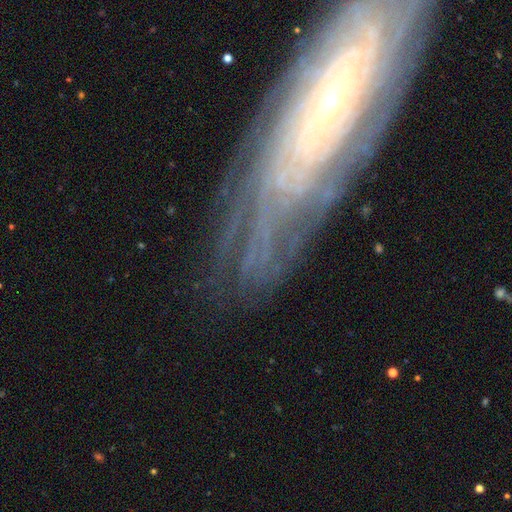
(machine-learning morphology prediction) A featured or disk galaxy (74%) with no bar (58%), tight (80%) spiral arms (89%) and a small central bulge (69%).

Vote fractions:
- Smooth or featured? featured or disk: 74% / star or artifact: 14% / smooth: 12%
- Edge-on disk? no: 85% / yes: 15%
- Bar? no: 58% / weak: 26% / strong: 17%
- Spiral arms? yes: 89% / no: 11%
- Spiral winding? tight: 80% / medium: 15% / loose: 5%
- Spiral arm count? can't tell: 48% / more than 4: 12% / 2: 11% / 4: 11% / 3: 10% / 1: 8%
- Bulge size? small: 69% / moderate: 21% / none: 4% / large: 4% / dominant: 2%
- Merging? none: 74% / minor disturbance: 15% / major disturbance: 8% / merger: 3%